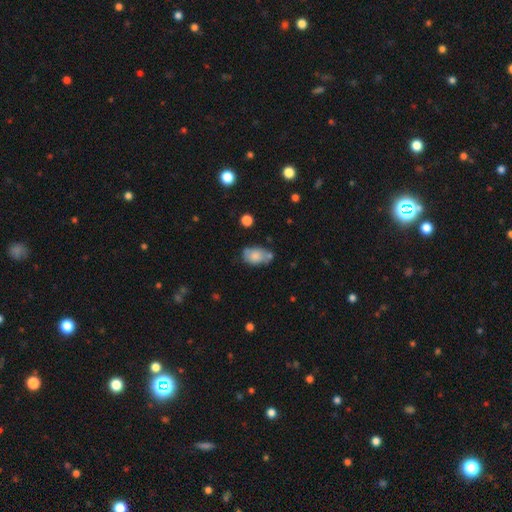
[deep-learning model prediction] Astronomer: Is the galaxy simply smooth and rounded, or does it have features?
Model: smooth — 73%.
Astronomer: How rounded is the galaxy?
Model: in between — 86%.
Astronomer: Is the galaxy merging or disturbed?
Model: none — 47% (runner-up: minor disturbance, 27%).